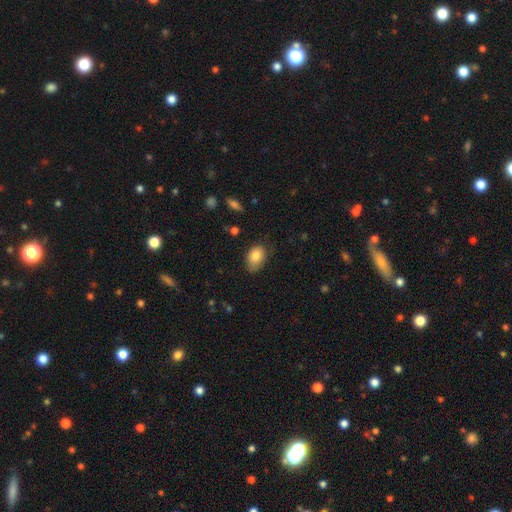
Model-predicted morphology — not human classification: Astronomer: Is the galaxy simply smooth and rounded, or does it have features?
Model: smooth — 82%.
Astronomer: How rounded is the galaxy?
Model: in between — 85%.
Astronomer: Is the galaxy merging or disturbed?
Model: none — 63%.